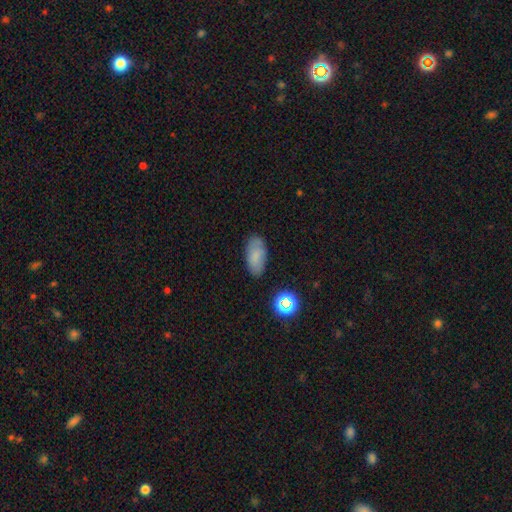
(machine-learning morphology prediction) A smooth galaxy with no disk features (79%) that is in between round and cigar-shaped (92%). Merging: none (79%).